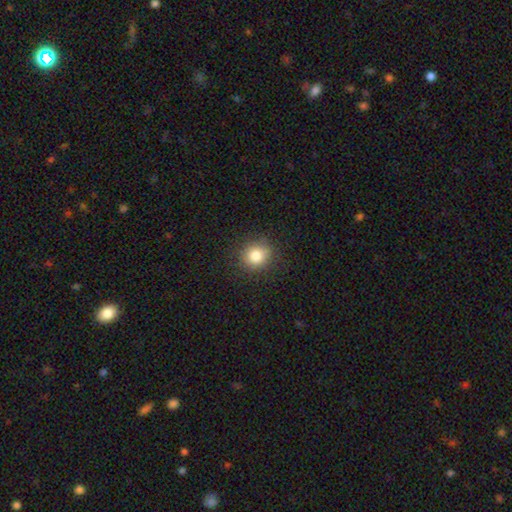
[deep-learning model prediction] Overall: smooth (82%). How rounded: round (84%). Merging: none (87%).